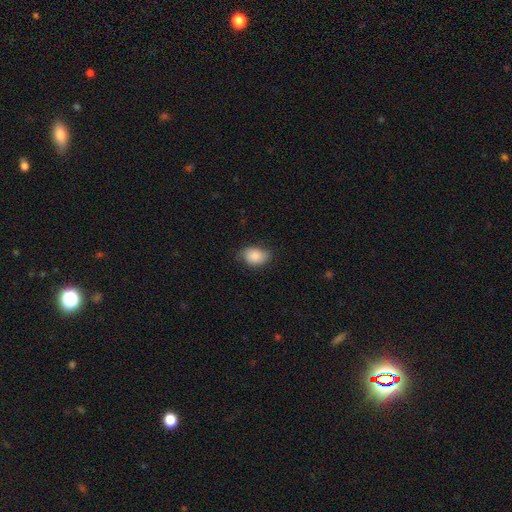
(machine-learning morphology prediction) A smooth galaxy with no disk features (84%) that is in between round and cigar-shaped (82%). Merging: none (70%).